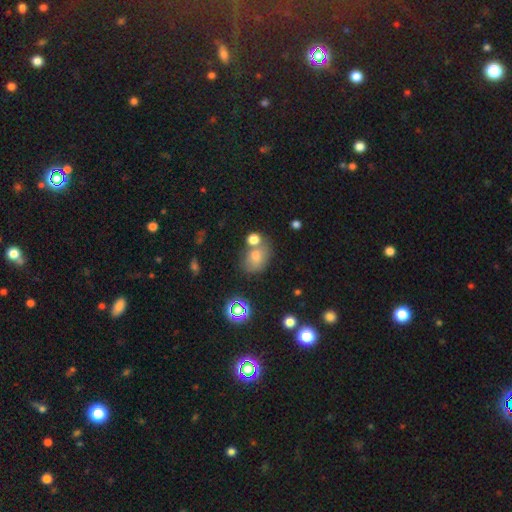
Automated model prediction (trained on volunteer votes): This is likely a smooth galaxy (68%). How rounded: possibly in between (60%). Merging: possibly none (55%).